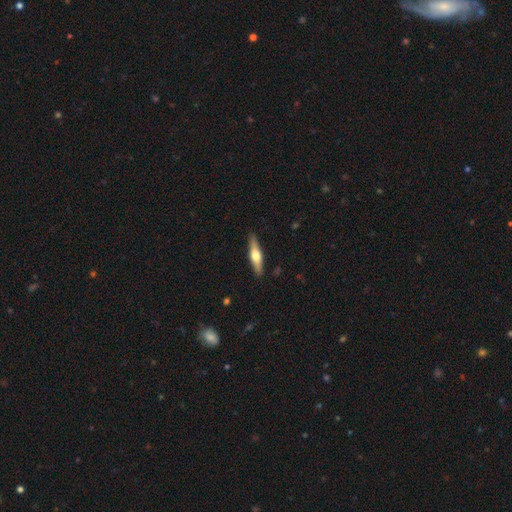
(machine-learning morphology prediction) A featured or disk galaxy (55%) viewed edge-on (95%) with a rounded central bulge (93%).

Vote fractions:
- Smooth or featured? featured or disk: 55% / smooth: 40% / star or artifact: 5%
- Edge-on disk? yes: 95% / no: 5%
- Edge-on bulge? rounded: 93% / boxy: 4% / none: 3%
- Merging? none: 89% / minor disturbance: 8% / major disturbance: 2% / merger: 1%